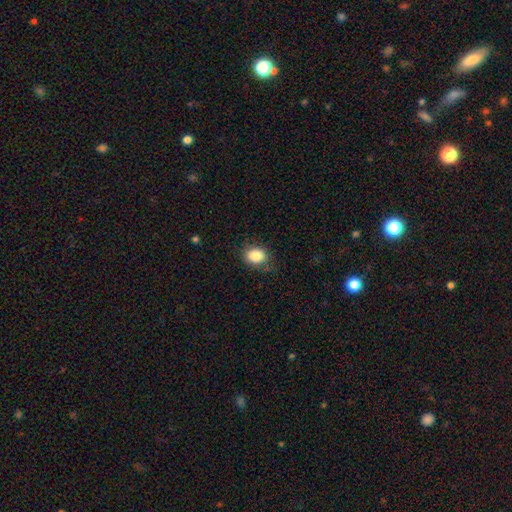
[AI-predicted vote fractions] This is clearly a smooth galaxy (86%). How rounded: possibly in between (55%). Merging: likely none (72%).